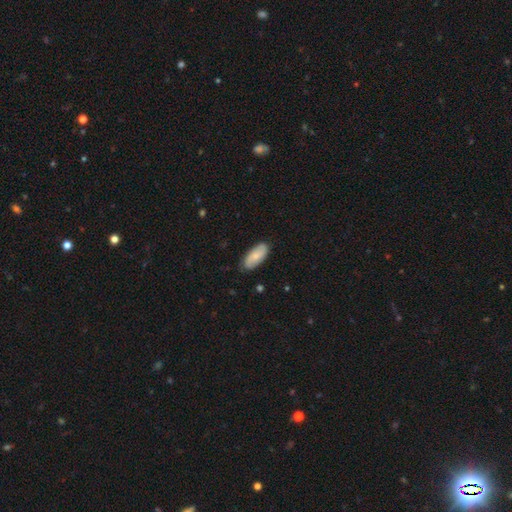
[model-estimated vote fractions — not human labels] A smooth galaxy with no disk features (66%) that is in between round and cigar-shaped (87%). Merging: none (83%).